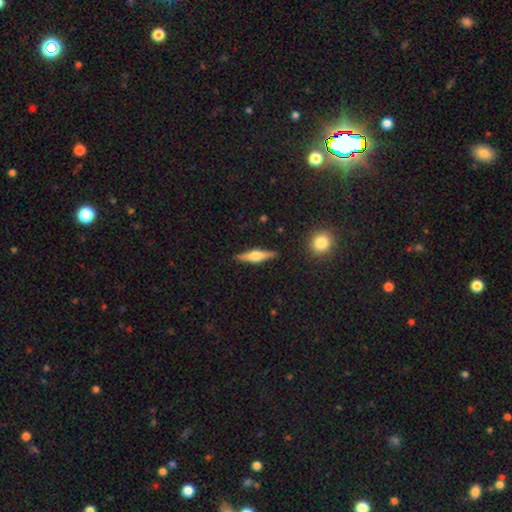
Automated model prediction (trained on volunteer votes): Smooth or featured? featured or disk (64%)
Edge-on disk? yes (97%)
Edge-on bulge? rounded (90%)
Merging? none (90%)